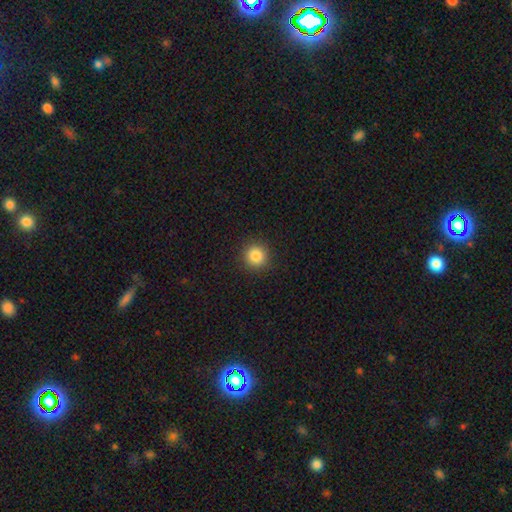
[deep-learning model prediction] This appears to be a smooth galaxy with no disk features (85%) that is round (93%). Merging: none (92%).